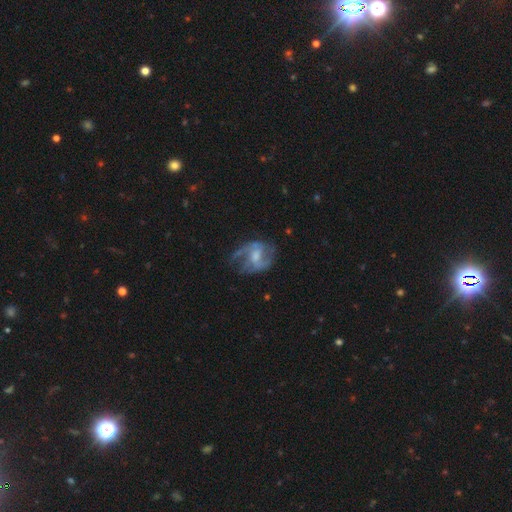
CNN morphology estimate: Smooth or featured? Predicted: featured or disk (p=0.80). Edge-on disk? Predicted: no (p=0.97). Bar? Predicted: weak (p=0.53). Spiral arms? Predicted: yes (p=0.90). Spiral winding? Predicted: medium (p=0.50). Spiral arm count? Predicted: 2 (p=0.66). Bulge size? Predicted: moderate (p=0.46). Merging? Predicted: none (p=0.55).